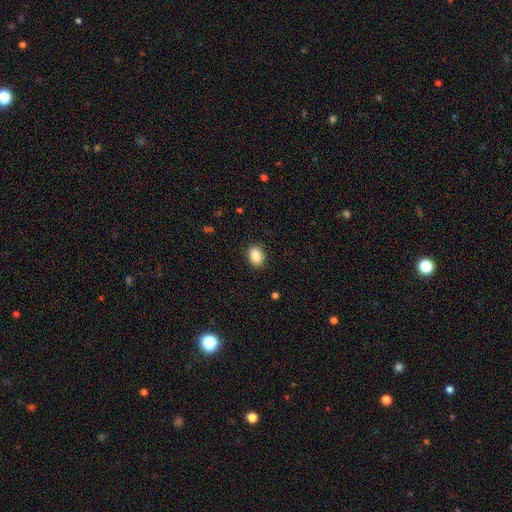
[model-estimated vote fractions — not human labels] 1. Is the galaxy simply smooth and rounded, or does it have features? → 88% smooth, 8% star or artifact, 4% featured or disk.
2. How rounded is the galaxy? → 68% in between, 31% round, 1% cigar-shaped.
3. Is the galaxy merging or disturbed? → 89% none, 8% minor disturbance, 2% major disturbance, 1% merger.